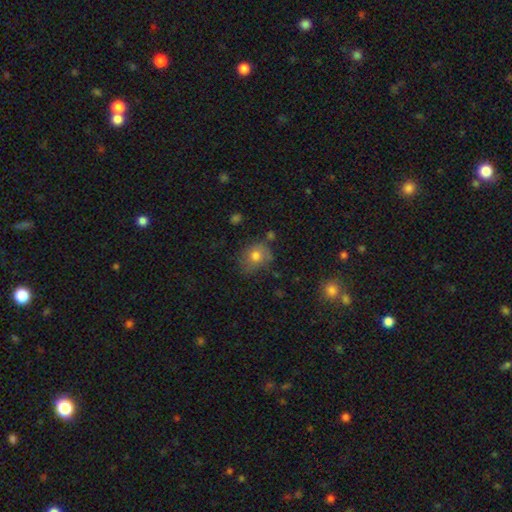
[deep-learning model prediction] A smooth galaxy with no disk features (74%) that is round (65%).

Vote fractions:
- Smooth or featured? smooth: 74% / featured or disk: 15% / star or artifact: 11%
- How rounded? round: 65% / in between: 34% / cigar-shaped: 1%
- Merging? none: 62% / minor disturbance: 24% / major disturbance: 8% / merger: 5%